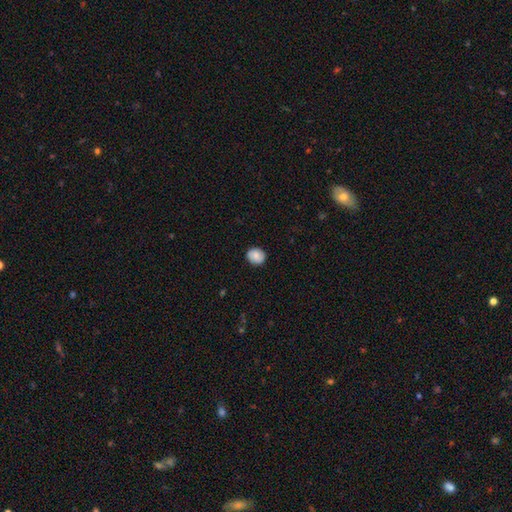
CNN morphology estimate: smooth-or-featured: smooth: 80% | featured or disk: 12% | star or artifact: 8%
  how-rounded: round: 73% | in between: 26% | cigar-shaped: 1%
  merging: none: 87% | minor disturbance: 10% | major disturbance: 2% | merger: 1%